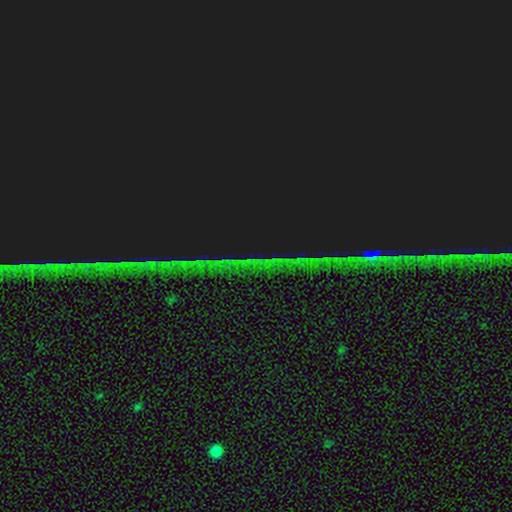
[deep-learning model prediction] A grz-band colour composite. It shows a star or artifact, not a galaxy (86%).